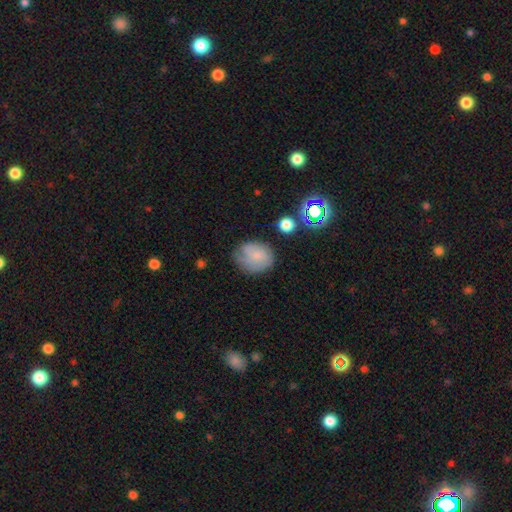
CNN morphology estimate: The model was most divided on "how rounded": round: 60%, in between: 39%, cigar-shaped: 1%. More confident: smooth or featured — smooth (63%); merging — none (53%).